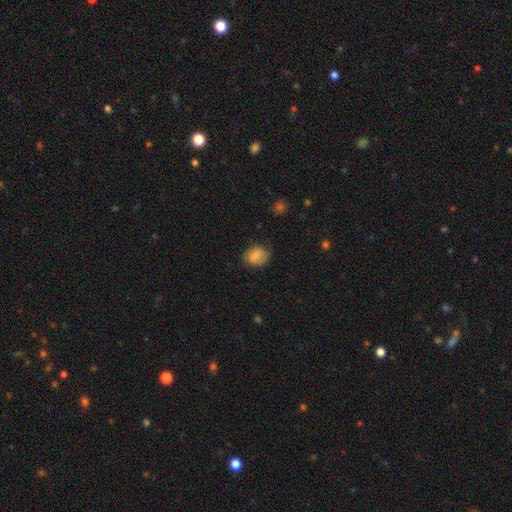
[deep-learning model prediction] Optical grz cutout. It shows a smooth galaxy with no disk features (80%) that is round (51%). Merging: none (73%).